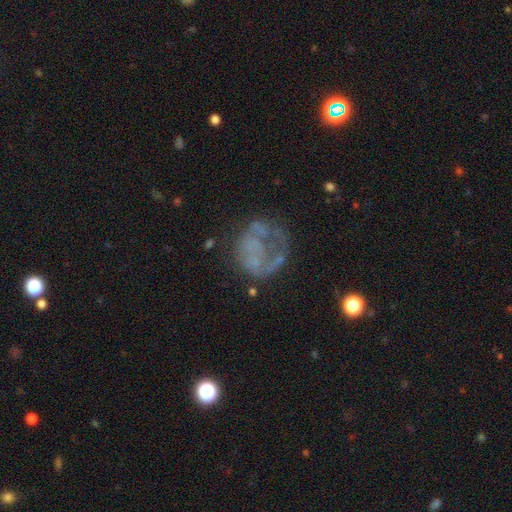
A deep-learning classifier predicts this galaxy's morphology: Q: Smooth or featured?
A: featured or disk (58%); runner-up: smooth (27%)
Q: Edge-on disk?
A: no (98%); runner-up: yes (2%)
Q: Bar?
A: no (91%); runner-up: weak (7%)
Q: Spiral arms?
A: no (76%); runner-up: yes (24%)
Q: Bulge size?
A: none (81%); runner-up: small (10%)
Q: Merging?
A: none (40%); runner-up: major disturbance (36%)